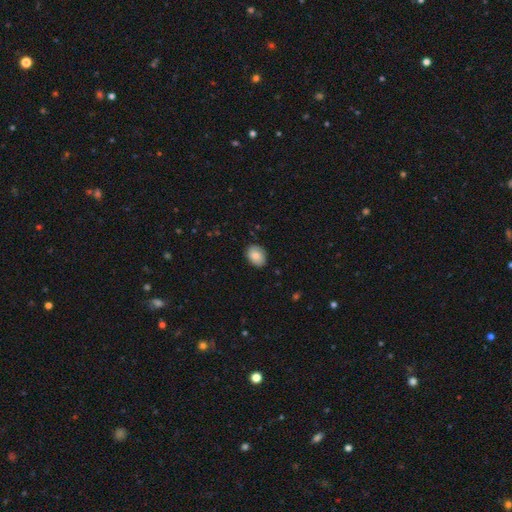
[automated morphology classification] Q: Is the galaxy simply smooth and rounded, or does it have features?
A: smooth — 82%.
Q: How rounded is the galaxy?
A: in between — 65%.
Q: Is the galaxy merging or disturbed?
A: none — 86%.